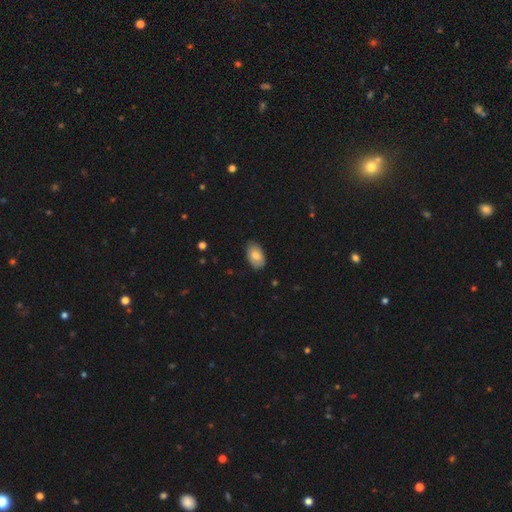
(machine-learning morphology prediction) smooth-or-featured: smooth: 80% | featured or disk: 13% | star or artifact: 6%
  how-rounded: in between: 93% | round: 6% | cigar-shaped: 1%
  merging: none: 81% | minor disturbance: 16% | major disturbance: 2% | merger: 1%